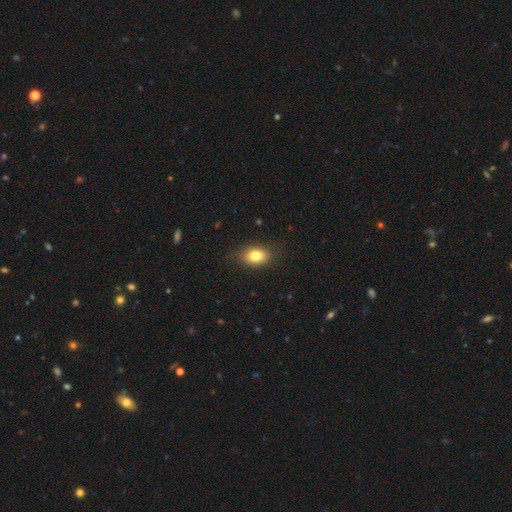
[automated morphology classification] smooth_or_featured: smooth (p=0.81) [alt: featured or disk p=0.10]
how_rounded: in between (p=0.78) [alt: round p=0.21]
merging: none (p=0.84) [alt: minor disturbance p=0.12]